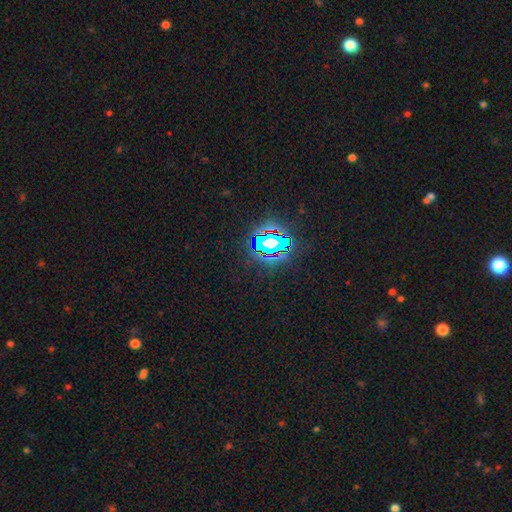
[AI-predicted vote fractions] smooth_or_featured: star or artifact (p=0.81) [alt: smooth p=0.12]